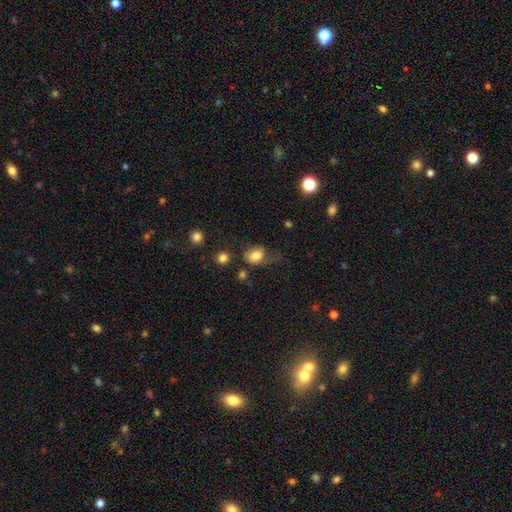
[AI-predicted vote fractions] This appears to be a smooth galaxy with no disk features (79%) that is in between round and cigar-shaped (62%). Merging: none (39%).